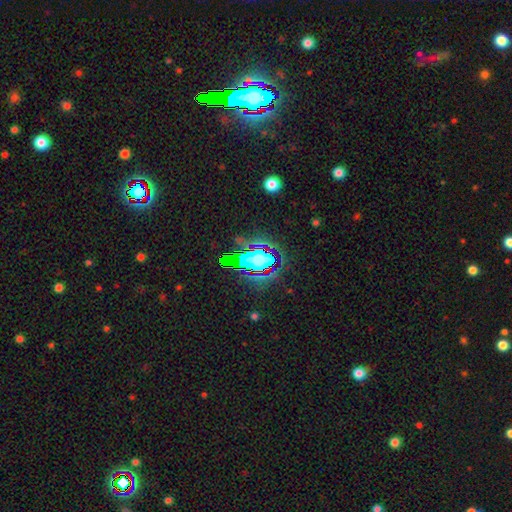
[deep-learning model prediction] This appears to be a star or artifact, not a galaxy (68%).